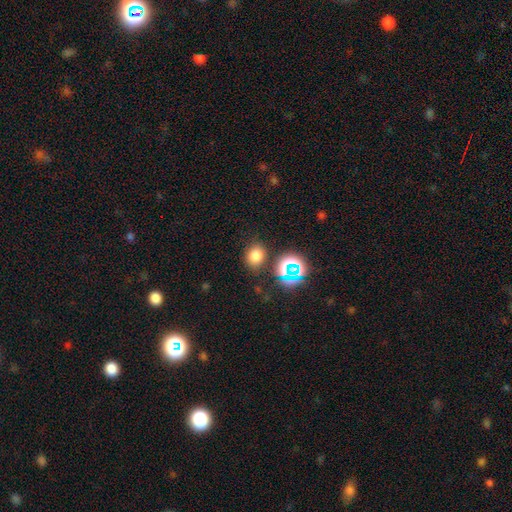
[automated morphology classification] Smooth or featured? Predicted: smooth (p=0.72). How rounded? Predicted: round (p=0.58). Merging? Predicted: none (p=0.80).